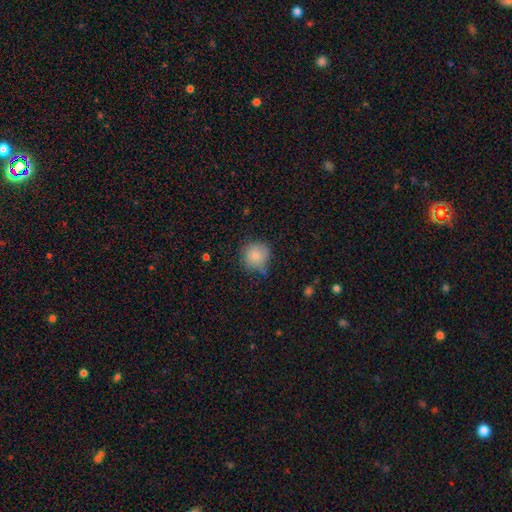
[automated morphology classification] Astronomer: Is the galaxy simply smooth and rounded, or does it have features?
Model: smooth — 82%.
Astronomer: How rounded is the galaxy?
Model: round — 90%.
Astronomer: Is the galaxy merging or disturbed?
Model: none — 64%.